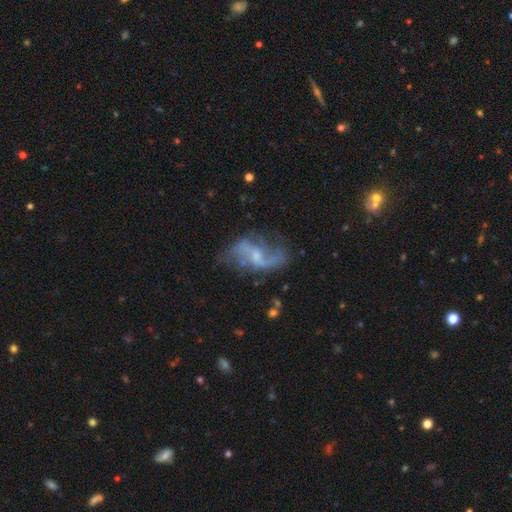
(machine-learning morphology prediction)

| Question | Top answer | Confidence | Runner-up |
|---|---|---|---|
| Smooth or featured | featured or disk | 85% | smooth (8%) |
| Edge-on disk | no | 97% | yes (3%) |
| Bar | weak | 48% | no (40%) |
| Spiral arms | yes | 93% | no (7%) |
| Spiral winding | loose | 74% | medium (21%) |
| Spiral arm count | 2 | 84% | can't tell (6%) |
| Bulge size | small | 58% | moderate (28%) |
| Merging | none | 63% | minor disturbance (19%) |